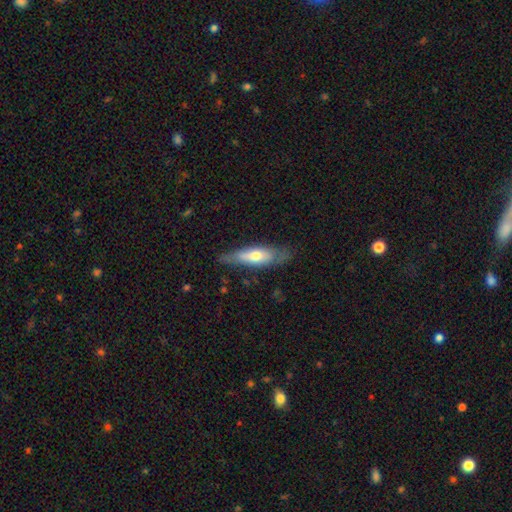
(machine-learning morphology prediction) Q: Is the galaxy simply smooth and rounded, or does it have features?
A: smooth — 54%.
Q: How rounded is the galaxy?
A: cigar-shaped — 54%.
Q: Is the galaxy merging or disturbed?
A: none — 72%.